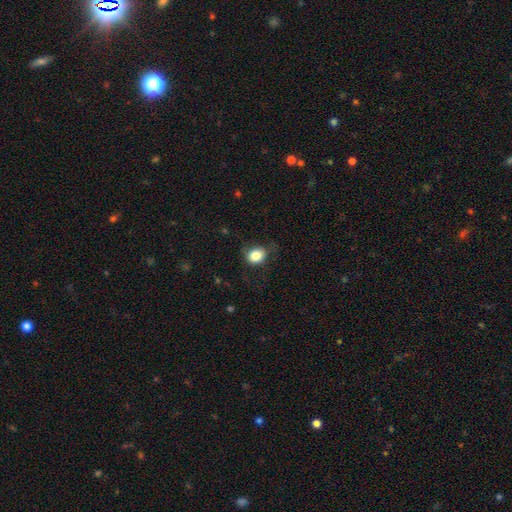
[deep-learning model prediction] Overall: smooth (83%). How rounded: round (61%; in between 38%). Merging: none (71%).